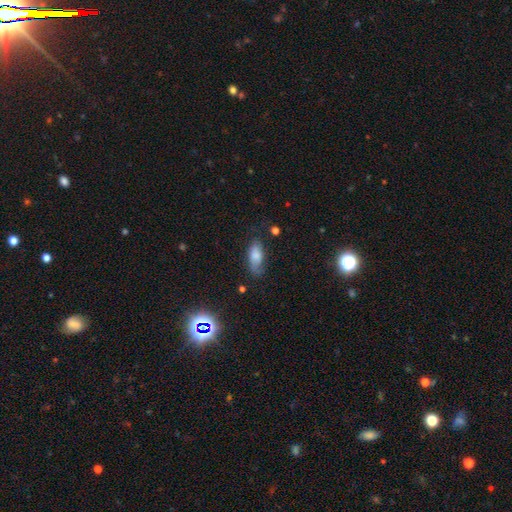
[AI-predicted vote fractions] Overall: smooth (72%). How rounded: in between (82%). Merging: none (60%; minor disturbance 28%).